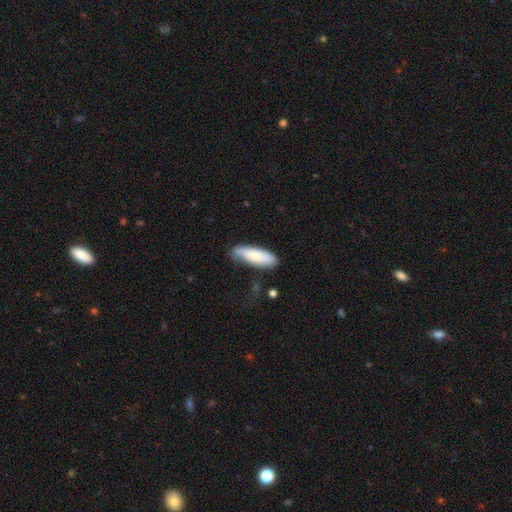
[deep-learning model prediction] smooth 78%, featured or disk 16%, star or artifact 6%. Down the decision tree: how rounded — in between (55%); merging — none (62%).